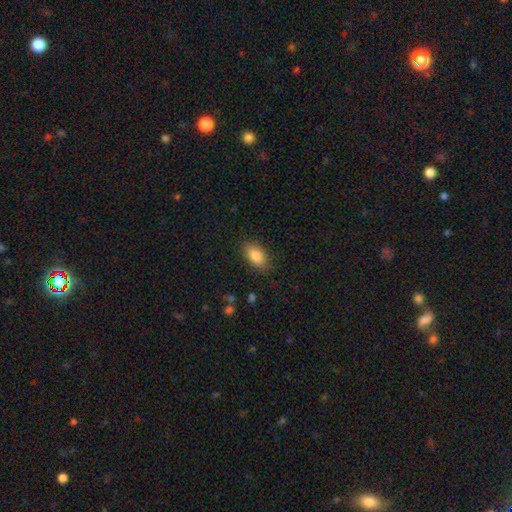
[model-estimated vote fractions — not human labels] This appears to be a smooth galaxy with no disk features (84%) that is in between round and cigar-shaped (90%). Merging: none (83%).